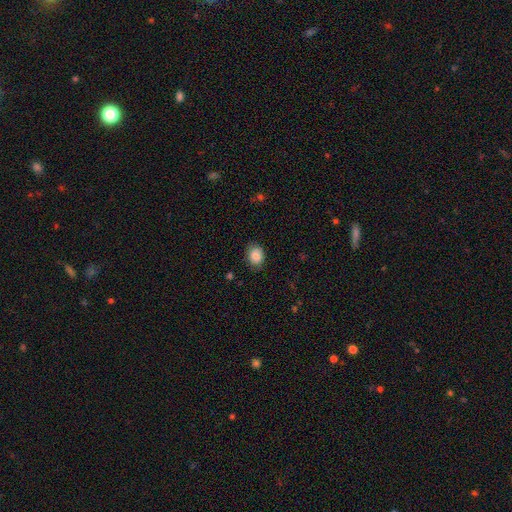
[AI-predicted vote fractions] This is clearly a smooth galaxy (88%). How rounded: possibly in between (60%). Merging: clearly none (81%).